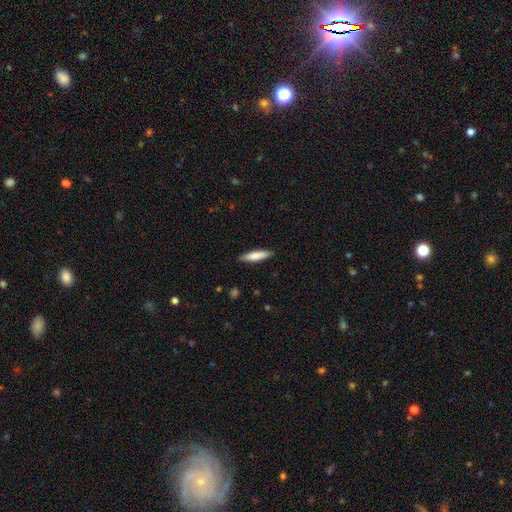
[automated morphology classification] A smooth galaxy with no disk features (74%) that is cigar-shaped (80%). Merging: none (89%).